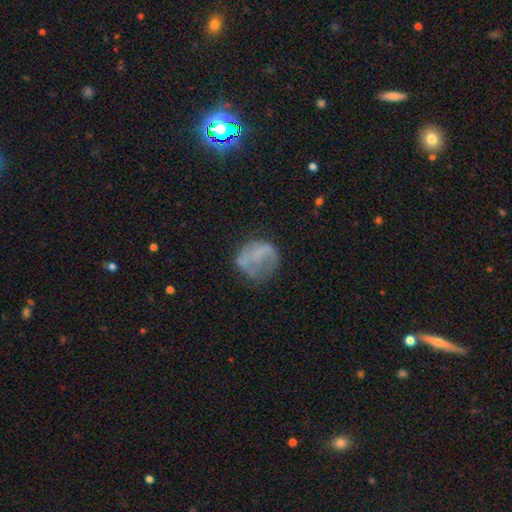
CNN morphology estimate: type=smooth (49%); merging=none (51%).